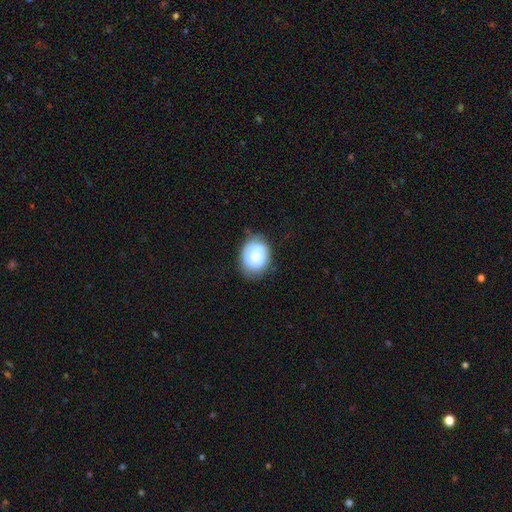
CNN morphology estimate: Smooth or featured? Predicted: smooth (p=0.63). How rounded? Predicted: in between (p=0.58). Merging? Predicted: none (p=0.64).